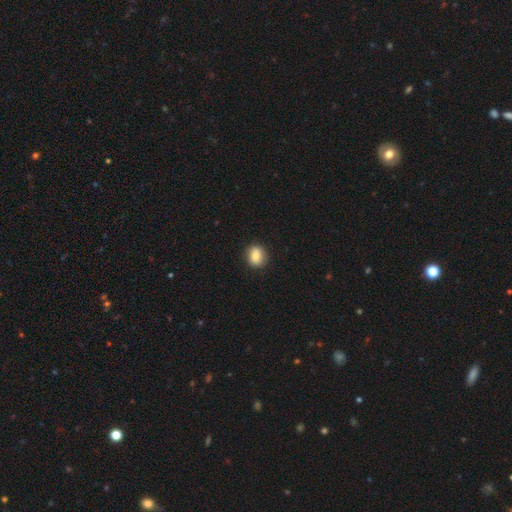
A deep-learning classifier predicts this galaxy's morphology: Smooth or featured? Predicted: smooth (p=0.85). How rounded? Predicted: round (p=0.54). Merging? Predicted: none (p=0.88).